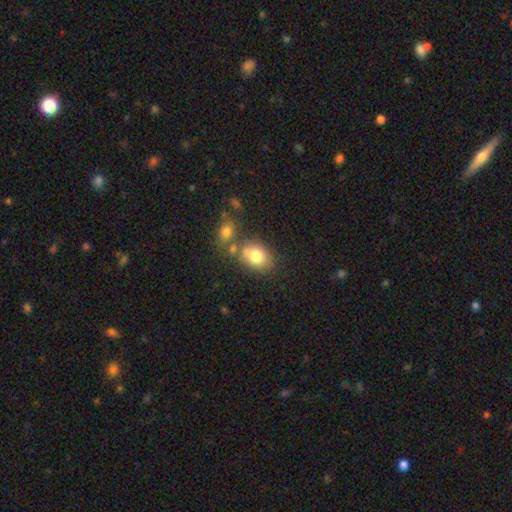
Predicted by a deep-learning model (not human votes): Morphology: type=smooth (79%); roundness=in between (65%); merging=none (57%).